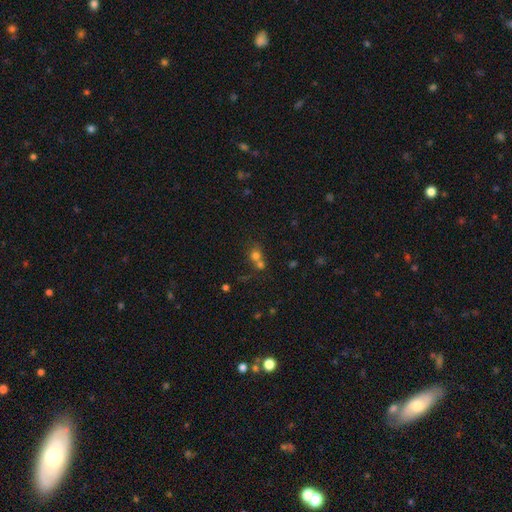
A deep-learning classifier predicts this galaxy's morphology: Smooth or featured: smooth — 70% (star or artifact — 17%)
How rounded: round — 80% (in between — 19%)
Merging: merger — 54% (none — 36%)